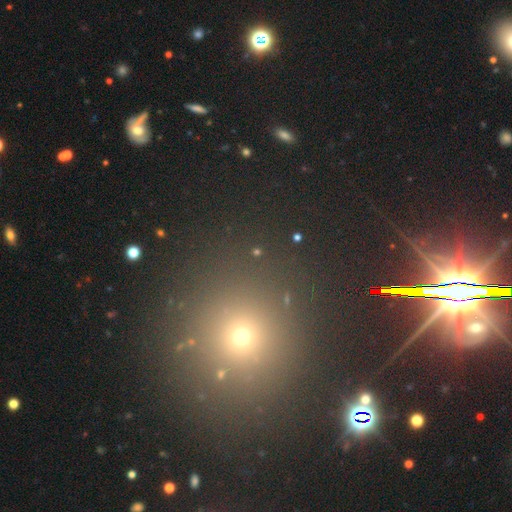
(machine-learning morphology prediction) smooth-or-featured: star or artifact: 49% | smooth: 43% | featured or disk: 8%